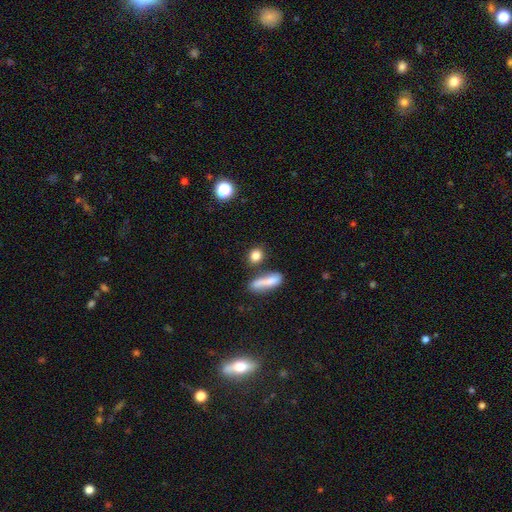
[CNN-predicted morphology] Smooth or featured? Predicted: smooth (p=0.83). How rounded? Predicted: round (p=0.52). Merging? Predicted: none (p=0.71).